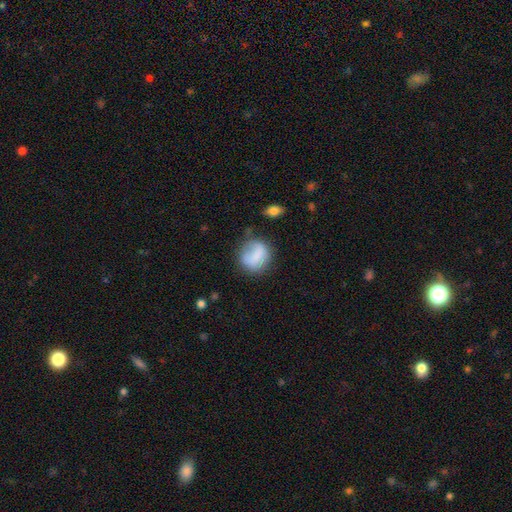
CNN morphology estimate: A smooth galaxy with no disk features (76%) that is round (77%).

Vote fractions:
- Smooth or featured? smooth: 76% / featured or disk: 16% / star or artifact: 8%
- How rounded? round: 77% / in between: 22% / cigar-shaped: 1%
- Merging? none: 57% / minor disturbance: 25% / major disturbance: 13% / merger: 4%